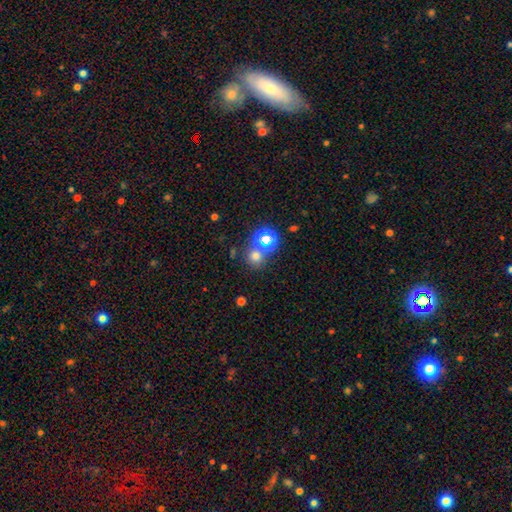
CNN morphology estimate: Smooth or featured?
  - smooth: 64% *
  - star or artifact: 28%
  - featured or disk: 8%
How rounded?
  - round: 86% *
  - in between: 13%
  - cigar-shaped: 1%
Merging?
  - none: 65% *
  - merger: 23%
  - minor disturbance: 8%
  - major disturbance: 4%